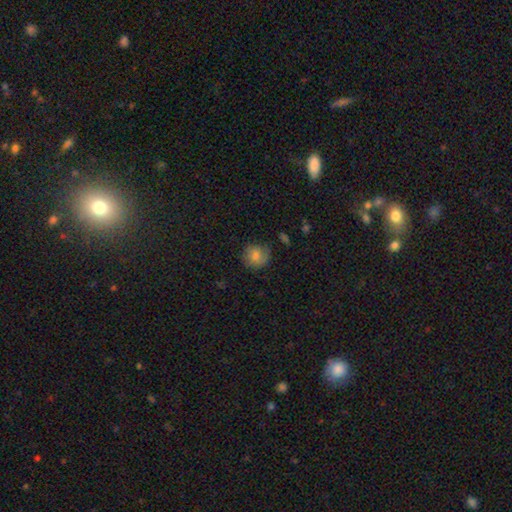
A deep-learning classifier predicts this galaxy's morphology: Q: Smooth or featured?
A: smooth (77%); runner-up: featured or disk (12%)
Q: How rounded?
A: round (83%); runner-up: in between (16%)
Q: Merging?
A: none (76%); runner-up: minor disturbance (18%)